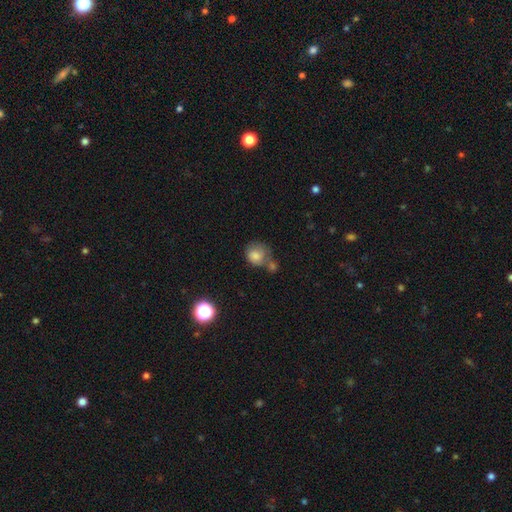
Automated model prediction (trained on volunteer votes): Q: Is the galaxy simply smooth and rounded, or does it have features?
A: smooth — 79%.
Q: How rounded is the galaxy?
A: round — 78%.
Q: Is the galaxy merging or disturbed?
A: none — 37%.